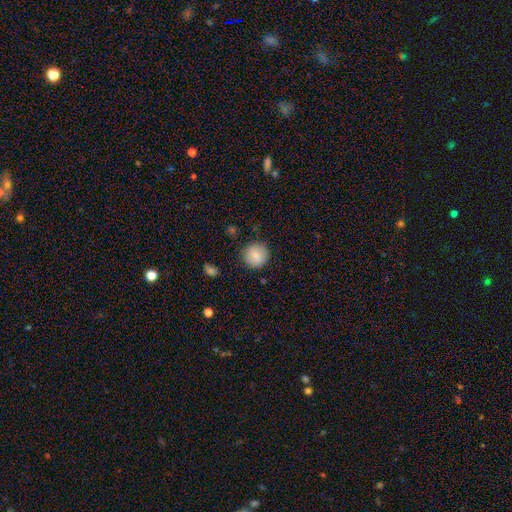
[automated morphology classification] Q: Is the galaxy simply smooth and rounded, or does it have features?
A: smooth — 85%.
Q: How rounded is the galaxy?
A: round — 93%.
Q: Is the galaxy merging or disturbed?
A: none — 86%.